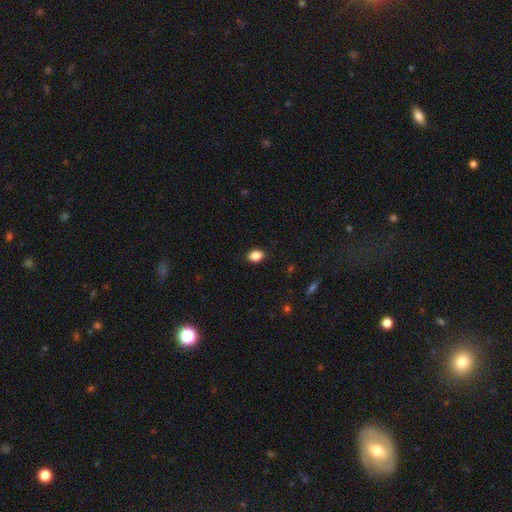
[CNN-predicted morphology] smooth 87%, star or artifact 9%, featured or disk 4%. Down the decision tree: how rounded — in between (77%); merging — none (89%).